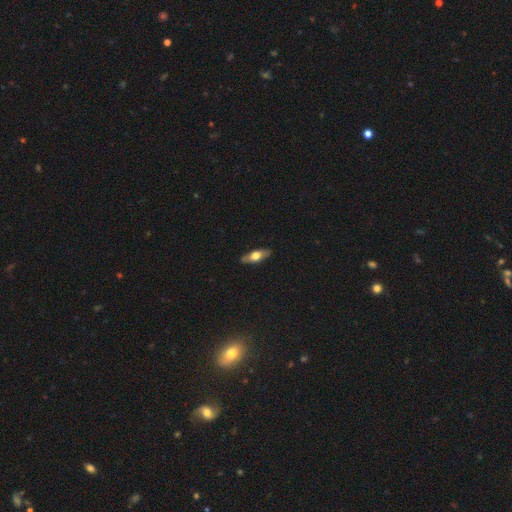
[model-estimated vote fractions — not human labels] Smooth or featured? Predicted: smooth (p=0.49). Merging? Predicted: none (p=0.87).